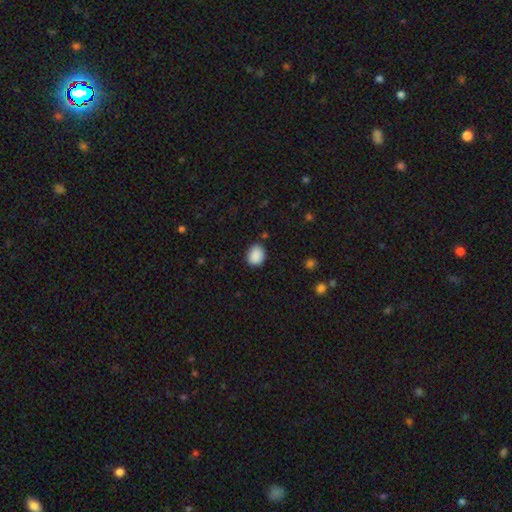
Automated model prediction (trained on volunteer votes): smooth-or-featured: smooth: 89% | star or artifact: 8% | featured or disk: 3%
  how-rounded: round: 58% | in between: 41% | cigar-shaped: 1%
  merging: none: 83% | minor disturbance: 13% | major disturbance: 3% | merger: 2%